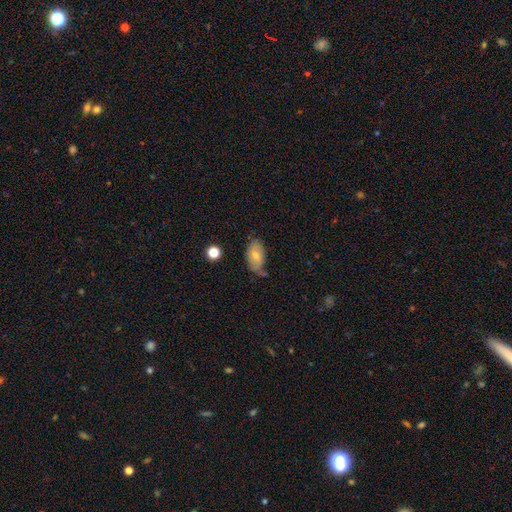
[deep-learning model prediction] This is likely a smooth galaxy (67%). How rounded: clearly in between (92%). Merging: possibly none (60%).